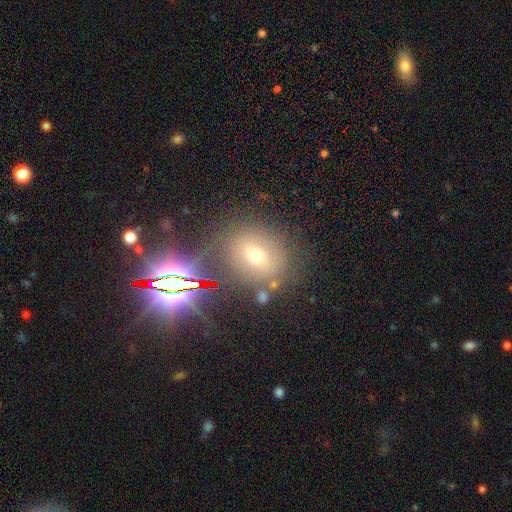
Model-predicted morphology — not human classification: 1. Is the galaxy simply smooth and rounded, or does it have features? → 56% smooth, 26% star or artifact, 19% featured or disk.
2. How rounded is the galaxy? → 72% round, 27% in between, 1% cigar-shaped.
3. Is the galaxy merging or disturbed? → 76% none, 12% minor disturbance, 6% merger, 6% major disturbance.